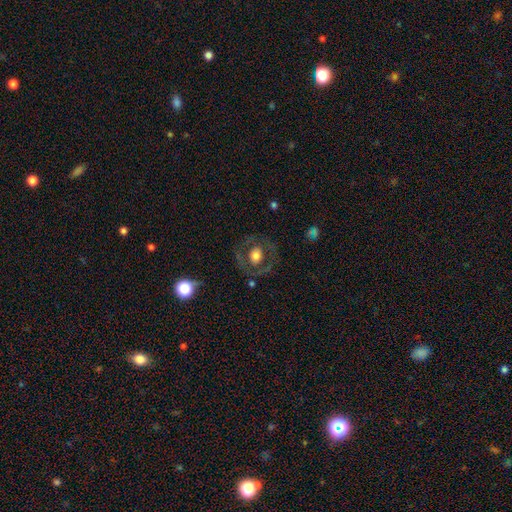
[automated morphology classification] Smooth or featured? Predicted: smooth (p=0.50). Merging? Predicted: none (p=0.78).